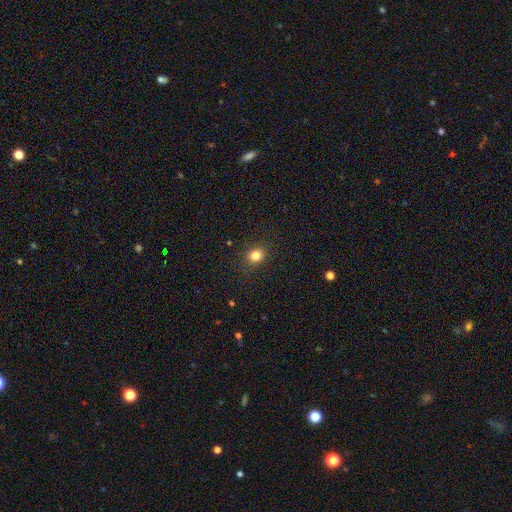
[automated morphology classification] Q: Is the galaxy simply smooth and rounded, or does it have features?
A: smooth — 82%.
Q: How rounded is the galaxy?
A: round — 75%.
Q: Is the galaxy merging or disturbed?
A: none — 86%.